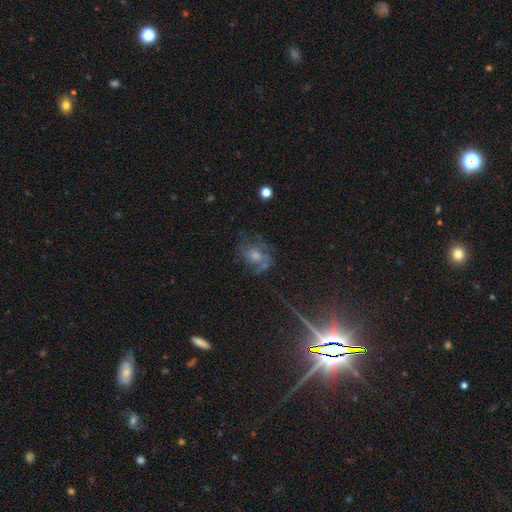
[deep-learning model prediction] Q: Smooth or featured?
A: featured or disk (50%); runner-up: star or artifact (31%)
Q: Edge-on disk?
A: no (92%); runner-up: yes (8%)
Q: Merging?
A: none (64%); runner-up: minor disturbance (19%)